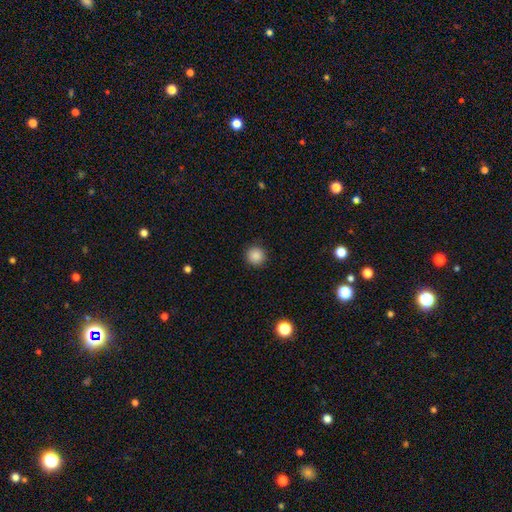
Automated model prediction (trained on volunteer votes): A smooth galaxy with no disk features (87%) that is round (95%).

Vote fractions:
- Smooth or featured? smooth: 87% / star or artifact: 10% / featured or disk: 3%
- How rounded? round: 95% / in between: 4% / cigar-shaped: 1%
- Merging? none: 91% / minor disturbance: 6% / major disturbance: 2% / merger: 1%